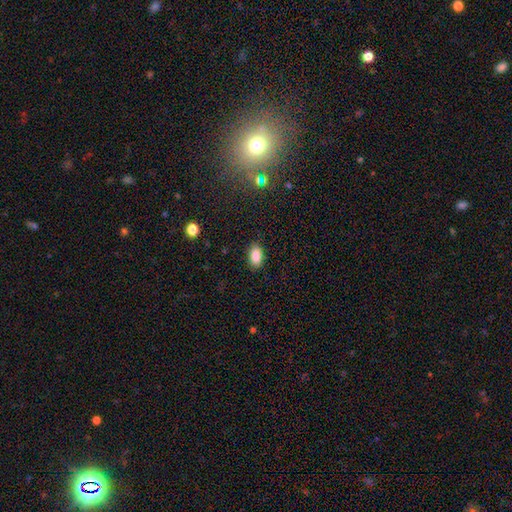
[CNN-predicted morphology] This is clearly a smooth galaxy (87%). How rounded: clearly in between (92%). Merging: clearly none (87%).